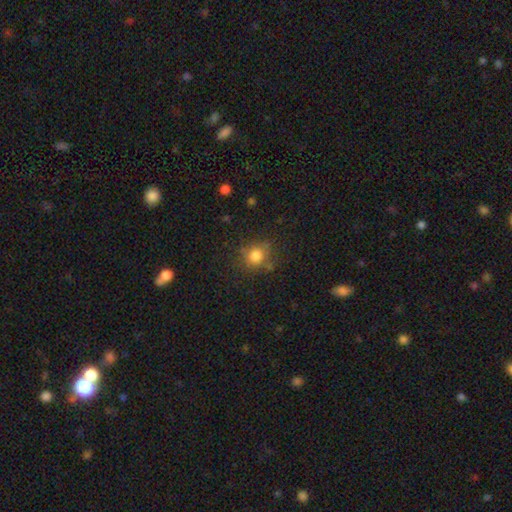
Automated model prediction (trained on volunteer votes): smooth 78%, star or artifact 13%, featured or disk 9%. Down the decision tree: how rounded — round (77%); merging — none (71%).